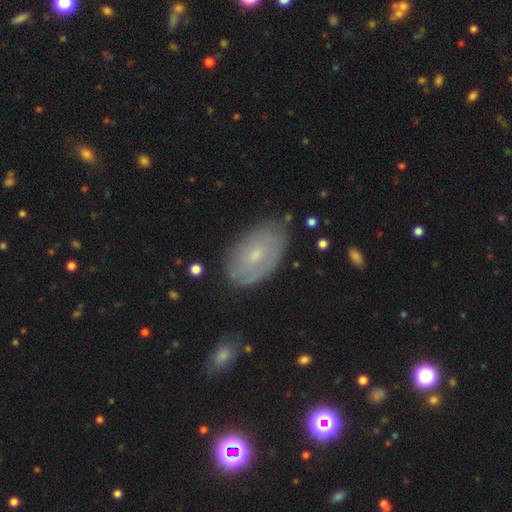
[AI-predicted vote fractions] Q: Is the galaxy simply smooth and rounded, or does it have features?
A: featured or disk — 47%.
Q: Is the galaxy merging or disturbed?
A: none — 75%.